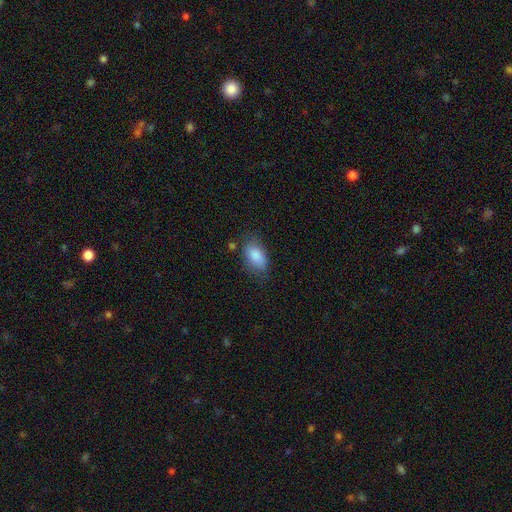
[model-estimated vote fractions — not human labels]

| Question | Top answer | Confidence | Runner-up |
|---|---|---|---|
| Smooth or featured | smooth | 85% | featured or disk (7%) |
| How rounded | in between | 91% | round (6%) |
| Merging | none | 67% | minor disturbance (22%) |